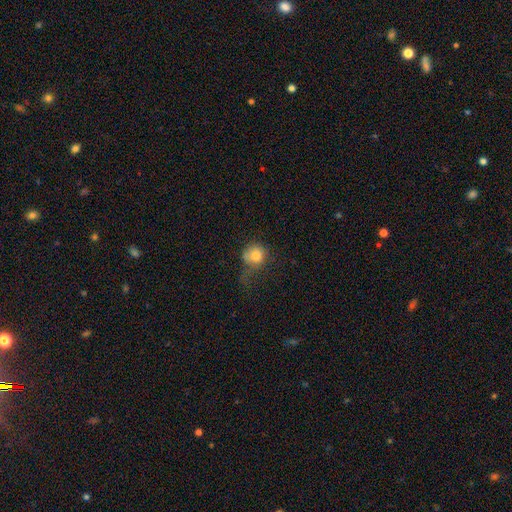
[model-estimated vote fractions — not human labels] Q: Smooth or featured?
A: smooth (79%); runner-up: featured or disk (11%)
Q: How rounded?
A: round (83%); runner-up: in between (16%)
Q: Merging?
A: none (37%); runner-up: major disturbance (30%)